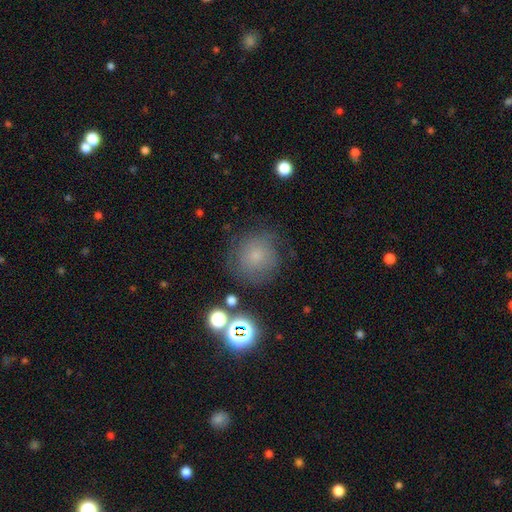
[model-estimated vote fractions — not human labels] smooth 64%, featured or disk 18%, star or artifact 18%. Down the decision tree: how rounded — round (91%); merging — none (73%).